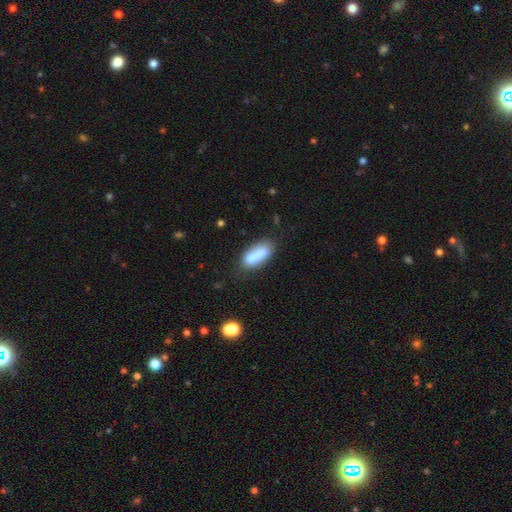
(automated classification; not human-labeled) This is likely a smooth galaxy (75%). How rounded: likely in between (68%). Merging: possibly none (57%).